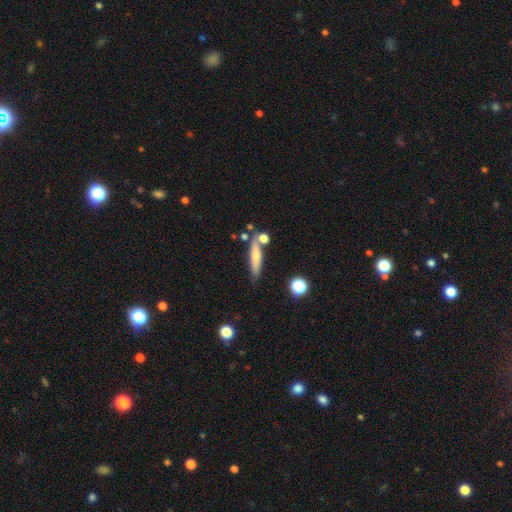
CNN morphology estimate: A smooth galaxy with no disk features (59%) that is cigar-shaped (81%). Merging: none (65%).